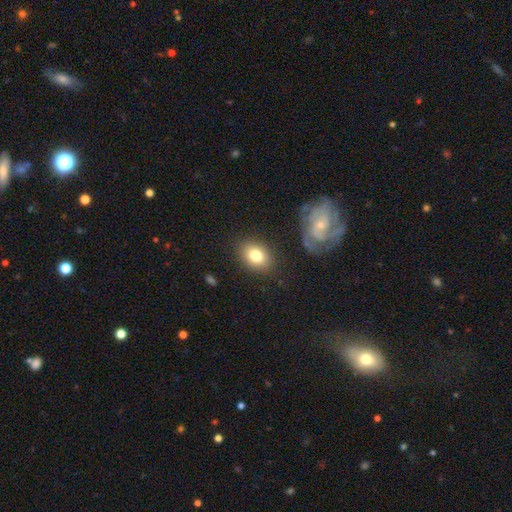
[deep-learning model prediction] Overall: smooth (80%). How rounded: in between (65%; round 34%). Merging: none (83%).